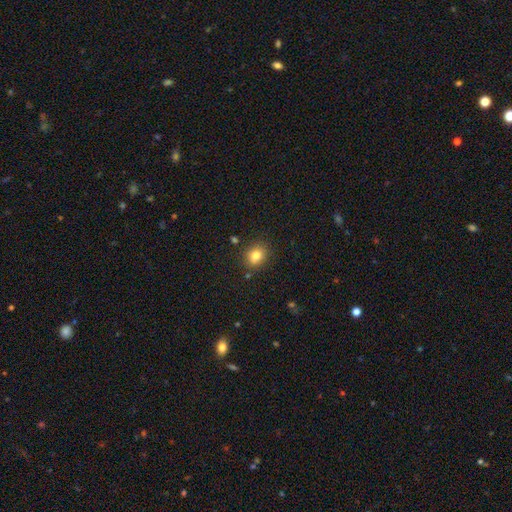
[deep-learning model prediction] Smooth or featured: smooth — 81% (star or artifact — 11%)
How rounded: round — 61% (in between — 38%)
Merging: none — 83% (minor disturbance — 11%)